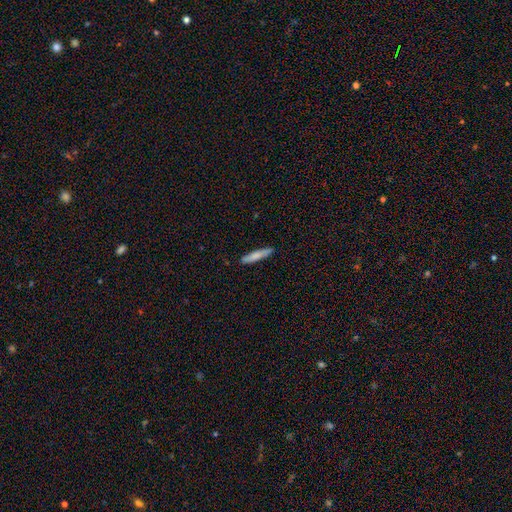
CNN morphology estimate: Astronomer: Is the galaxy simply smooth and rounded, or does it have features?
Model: smooth — 75%.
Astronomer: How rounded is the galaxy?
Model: cigar-shaped — 91%.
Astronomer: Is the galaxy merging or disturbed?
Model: none — 86%.